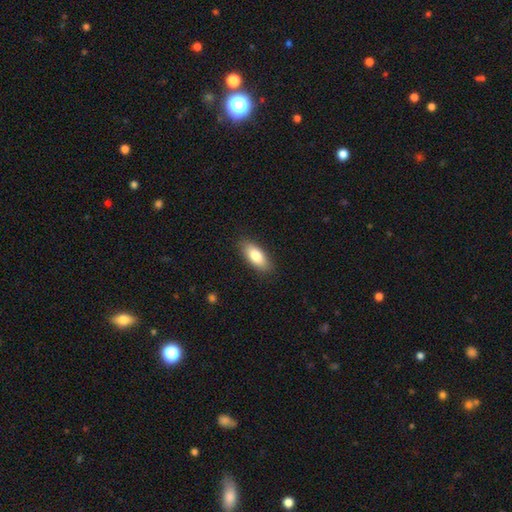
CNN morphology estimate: Smooth or featured?
  - smooth: 81% *
  - featured or disk: 13%
  - star or artifact: 6%
How rounded?
  - in between: 80% *
  - cigar-shaped: 17%
  - round: 2%
Merging?
  - none: 87% *
  - minor disturbance: 10%
  - major disturbance: 2%
  - merger: 1%